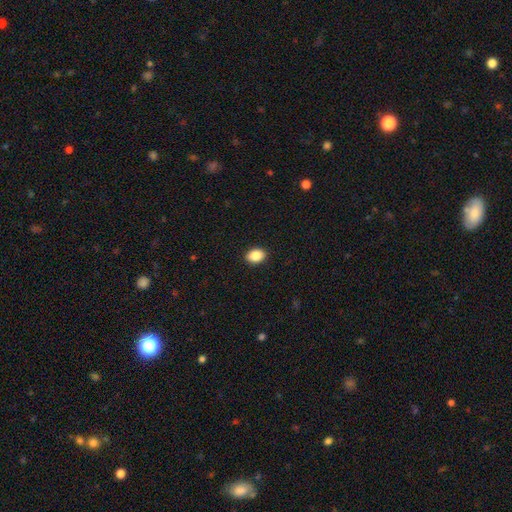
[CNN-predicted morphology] smooth 87%, star or artifact 8%, featured or disk 5%. Down the decision tree: how rounded — in between (73%); merging — none (91%).